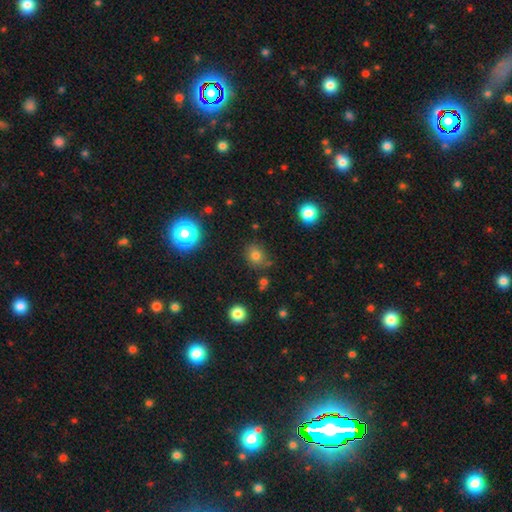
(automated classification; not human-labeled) smooth_or_featured: smooth (p=0.73) [alt: star or artifact p=0.19]
how_rounded: round (p=0.66) [alt: in between p=0.33]
merging: none (p=0.72) [alt: minor disturbance p=0.18]